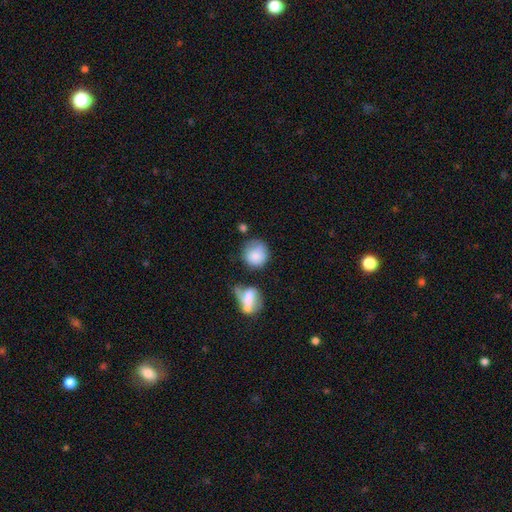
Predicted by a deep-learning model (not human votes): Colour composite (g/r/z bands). It shows a smooth galaxy with no disk features (79%) that is round (81%). Merging: none (46%).